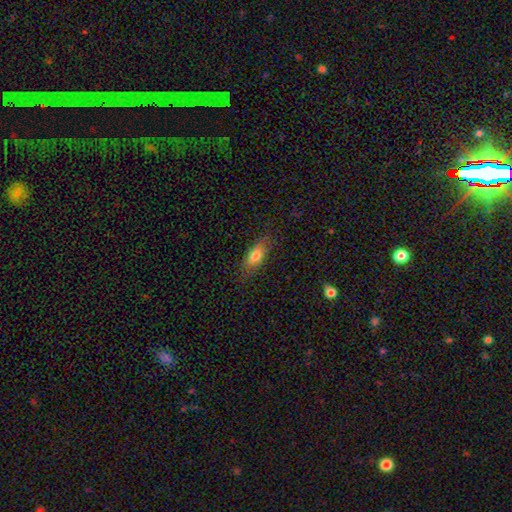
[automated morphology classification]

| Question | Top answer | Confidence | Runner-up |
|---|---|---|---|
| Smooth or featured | smooth | 75% | featured or disk (18%) |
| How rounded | in between | 74% | cigar-shaped (23%) |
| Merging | none | 78% | minor disturbance (16%) |